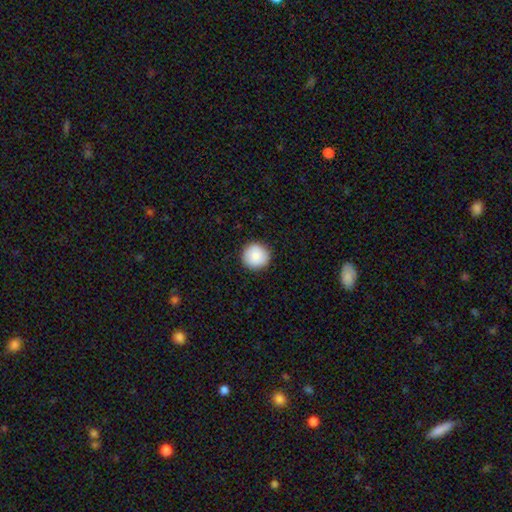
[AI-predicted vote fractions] Smooth or featured: smooth — 88% (star or artifact — 7%)
How rounded: round — 95% (in between — 4%)
Merging: none — 91% (minor disturbance — 6%)